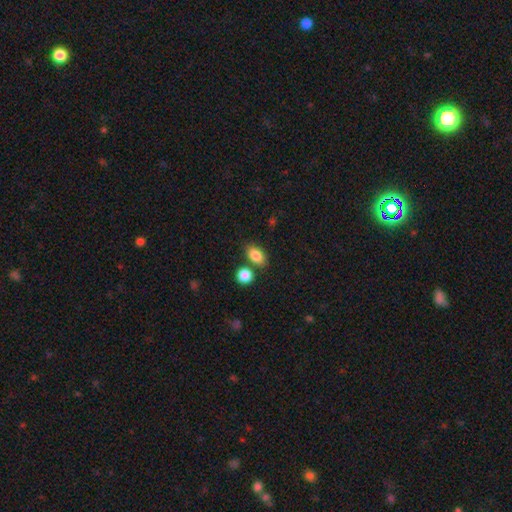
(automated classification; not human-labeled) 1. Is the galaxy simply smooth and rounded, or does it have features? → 85% smooth, 8% star or artifact, 6% featured or disk.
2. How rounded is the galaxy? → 85% in between, 12% round, 3% cigar-shaped.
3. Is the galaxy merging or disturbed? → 71% none, 13% merger, 12% minor disturbance, 3% major disturbance.